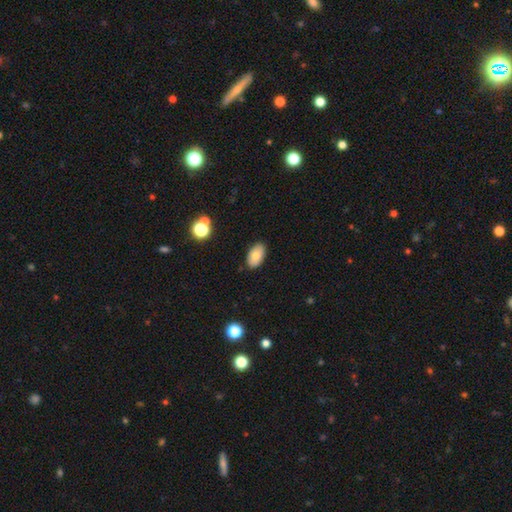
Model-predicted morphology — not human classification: Smooth or featured? Predicted: smooth (p=0.80). How rounded? Predicted: in between (p=0.94). Merging? Predicted: none (p=0.86).